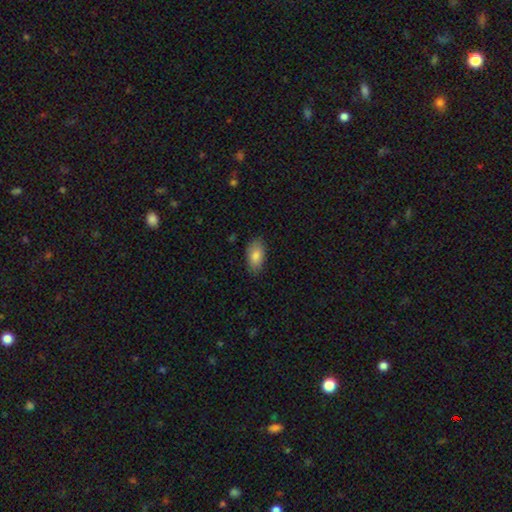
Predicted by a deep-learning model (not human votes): smooth_or_featured: smooth (p=0.85) [alt: featured or disk p=0.08]
how_rounded: in between (p=0.93) [alt: round p=0.04]
merging: none (p=0.84) [alt: minor disturbance p=0.13]